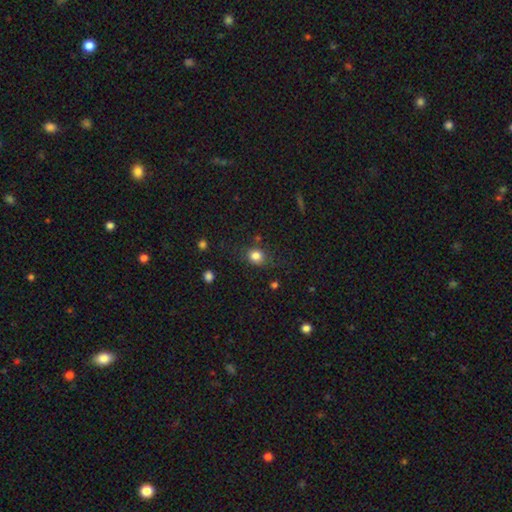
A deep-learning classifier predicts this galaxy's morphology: A smooth galaxy with no disk features (82%) that is round (70%).

Vote fractions:
- Smooth or featured? smooth: 82% / star or artifact: 12% / featured or disk: 6%
- How rounded? round: 70% / in between: 29% / cigar-shaped: 1%
- Merging? none: 75% / minor disturbance: 16% / major disturbance: 5% / merger: 3%